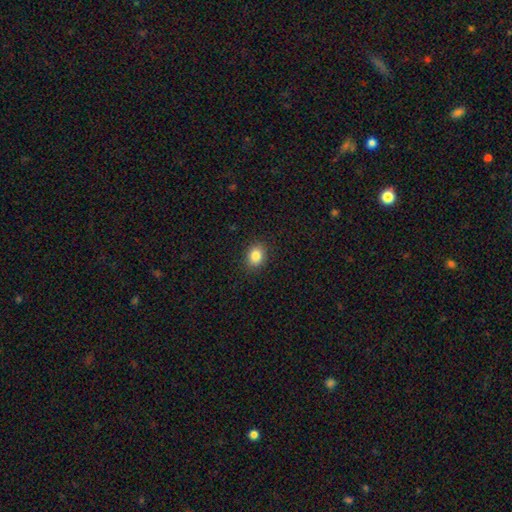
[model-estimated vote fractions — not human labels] smooth-or-featured: smooth: 85% | star or artifact: 10% | featured or disk: 6%
  how-rounded: round: 51% | in between: 48% | cigar-shaped: 1%
  merging: none: 89% | minor disturbance: 7% | major disturbance: 2% | merger: 1%